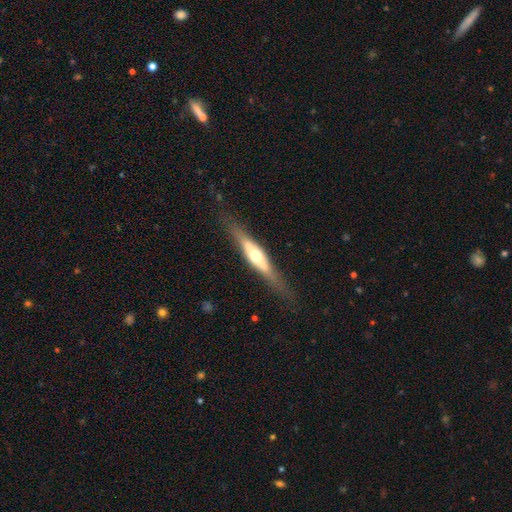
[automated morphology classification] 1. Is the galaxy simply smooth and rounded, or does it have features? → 64% featured or disk, 30% smooth, 5% star or artifact.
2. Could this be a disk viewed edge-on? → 89% yes, 11% no.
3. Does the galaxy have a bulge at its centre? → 85% rounded, 9% boxy, 6% none.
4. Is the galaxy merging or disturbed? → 79% none, 14% minor disturbance, 5% major disturbance, 2% merger.